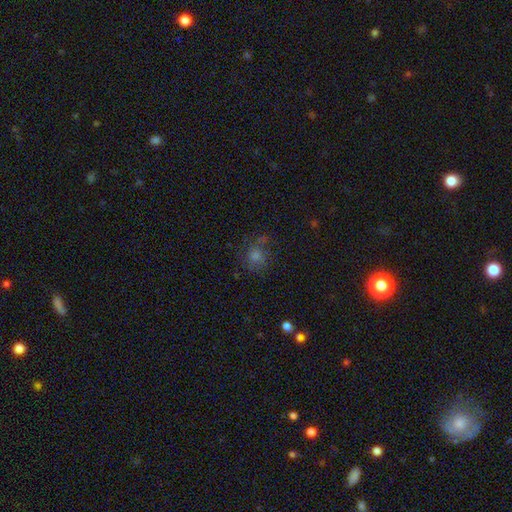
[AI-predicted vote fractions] A smooth galaxy with no disk features (50%) that is round (78%).

Vote fractions:
- Smooth or featured? smooth: 50% / star or artifact: 27% / featured or disk: 23%
- How rounded? round: 78% / in between: 21% / cigar-shaped: 1%
- Merging? none: 63% / minor disturbance: 20% / major disturbance: 14% / merger: 3%